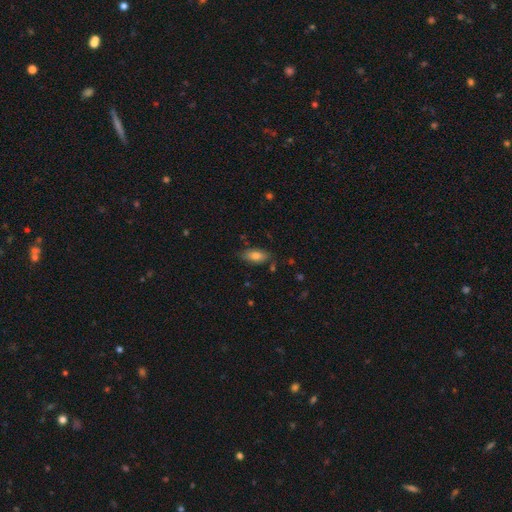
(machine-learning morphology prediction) The model was most divided on "merging": none: 79%, minor disturbance: 16%, major disturbance: 3%, merger: 3%. More confident: how rounded — in between (86%); smooth or featured — smooth (79%).